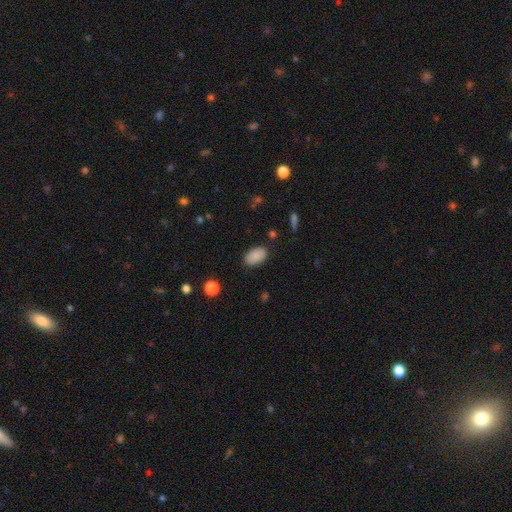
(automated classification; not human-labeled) Overall: smooth (88%). How rounded: in between (93%). Merging: none (84%).